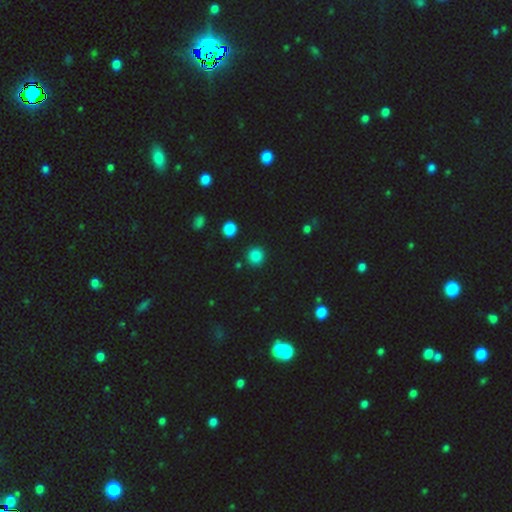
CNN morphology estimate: smooth_or_featured: smooth (p=0.85) [alt: star or artifact p=0.12]
how_rounded: round (p=0.93) [alt: in between p=0.06]
merging: none (p=0.90) [alt: minor disturbance p=0.06]